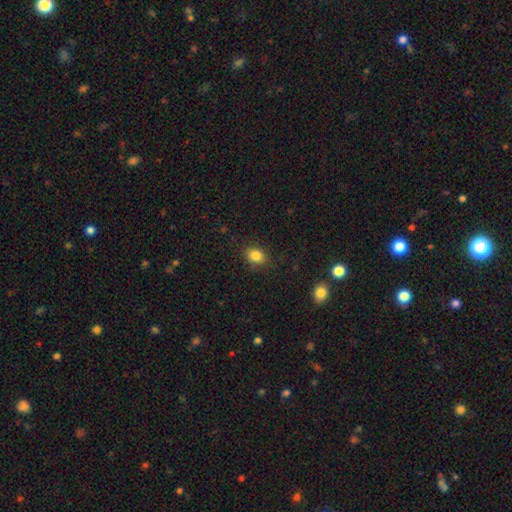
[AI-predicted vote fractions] Overall: smooth (84%). How rounded: in between (61%; round 38%). Merging: none (86%).